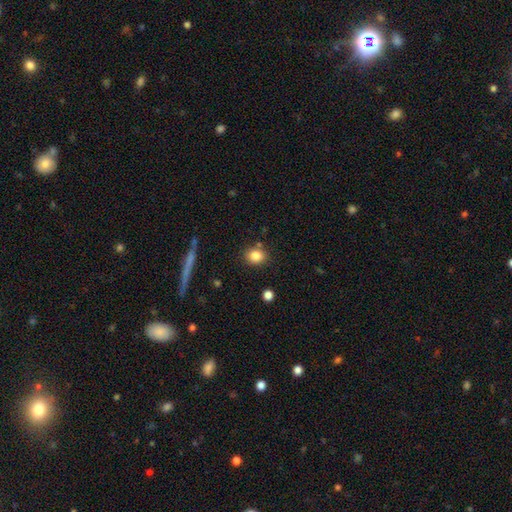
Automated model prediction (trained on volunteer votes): Morphology: type=smooth (83%); roundness=round (60%); merging=none (82%).